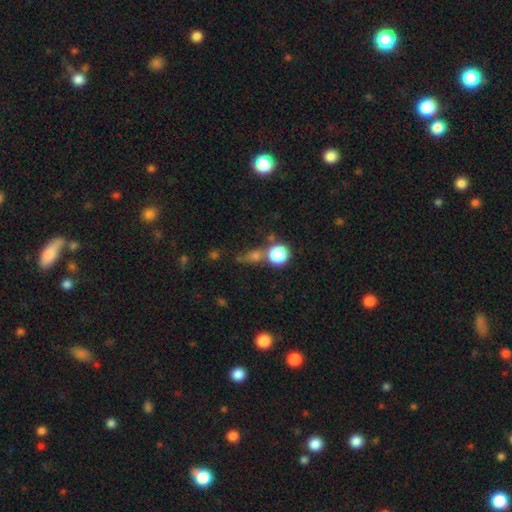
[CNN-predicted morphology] type=smooth (70%); roundness=round (79%); merging=none (54%).